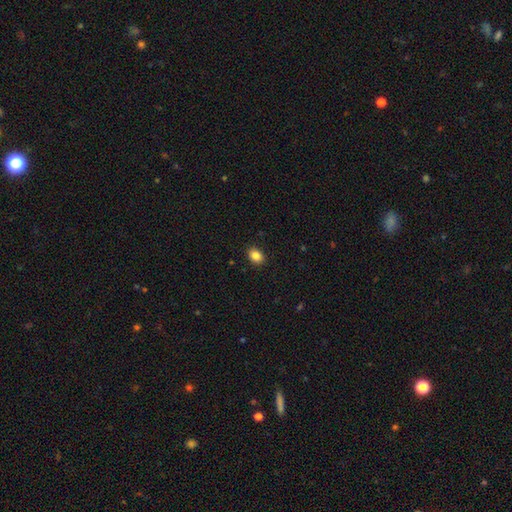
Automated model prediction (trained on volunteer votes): Q: Smooth or featured?
A: smooth (86%); runner-up: star or artifact (10%)
Q: How rounded?
A: in between (65%); runner-up: round (34%)
Q: Merging?
A: none (90%); runner-up: minor disturbance (7%)